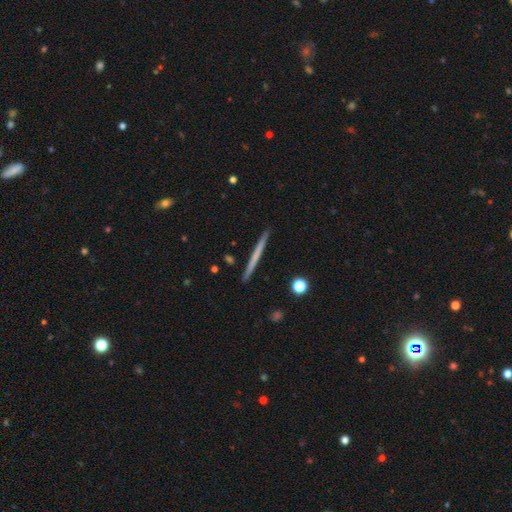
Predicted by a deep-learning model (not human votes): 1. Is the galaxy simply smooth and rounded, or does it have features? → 49% smooth, 46% featured or disk, 5% star or artifact.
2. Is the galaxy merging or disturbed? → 92% none, 5% minor disturbance, 1% merger, 1% major disturbance.